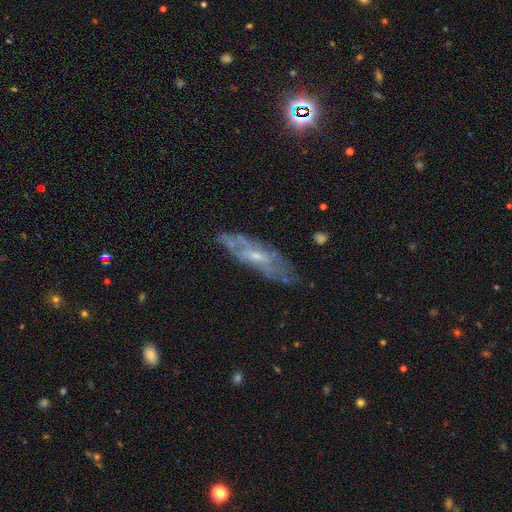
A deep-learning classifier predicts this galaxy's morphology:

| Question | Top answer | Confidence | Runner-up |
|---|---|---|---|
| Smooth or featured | featured or disk | 67% | smooth (25%) |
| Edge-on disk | no | 69% | yes (31%) |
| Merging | none | 66% | minor disturbance (23%) |